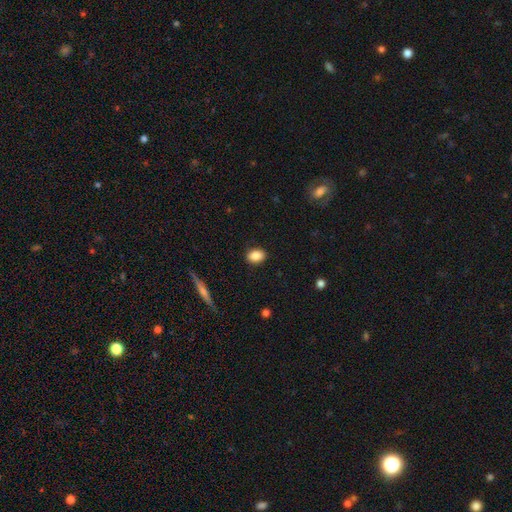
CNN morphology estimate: smooth_or_featured: smooth (p=0.87) [alt: star or artifact p=0.08]
how_rounded: in between (p=0.78) [alt: round p=0.20]
merging: none (p=0.88) [alt: minor disturbance p=0.09]